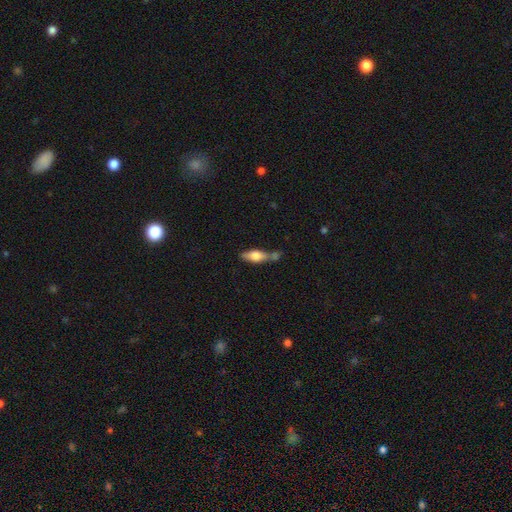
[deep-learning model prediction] A smooth galaxy with no disk features (60%) that is in between round and cigar-shaped (60%).

Vote fractions:
- Smooth or featured? smooth: 60% / featured or disk: 33% / star or artifact: 7%
- How rounded? in between: 60% / cigar-shaped: 36% / round: 4%
- Merging? none: 46% / merger: 28% / minor disturbance: 19% / major disturbance: 7%